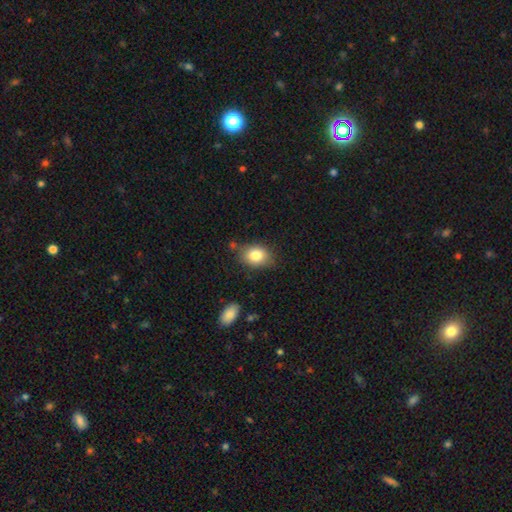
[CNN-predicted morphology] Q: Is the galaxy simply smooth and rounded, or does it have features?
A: smooth — 82%.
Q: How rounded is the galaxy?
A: in between — 75%.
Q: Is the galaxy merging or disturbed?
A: none — 75%.